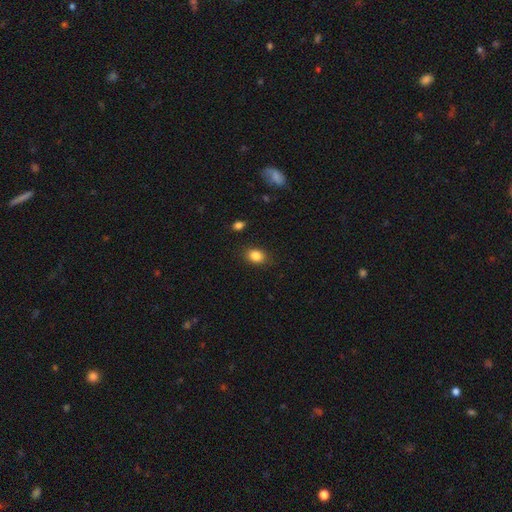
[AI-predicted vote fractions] Smooth or featured: smooth — 86% (star or artifact — 10%)
How rounded: in between — 65% (round — 34%)
Merging: none — 85% (minor disturbance — 11%)